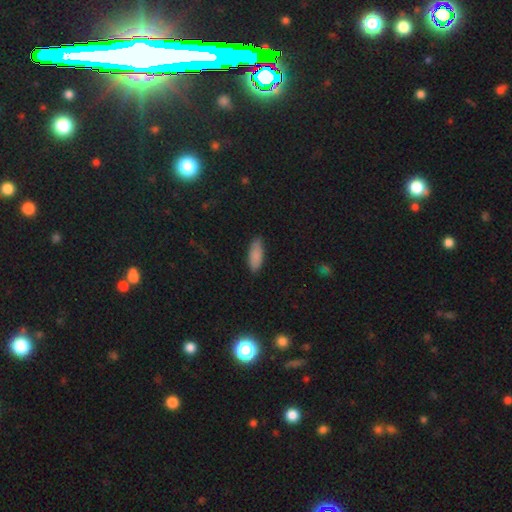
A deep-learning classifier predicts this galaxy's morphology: This appears to be a smooth galaxy with no disk features (87%) that is in between round and cigar-shaped (76%). Merging: none (84%).